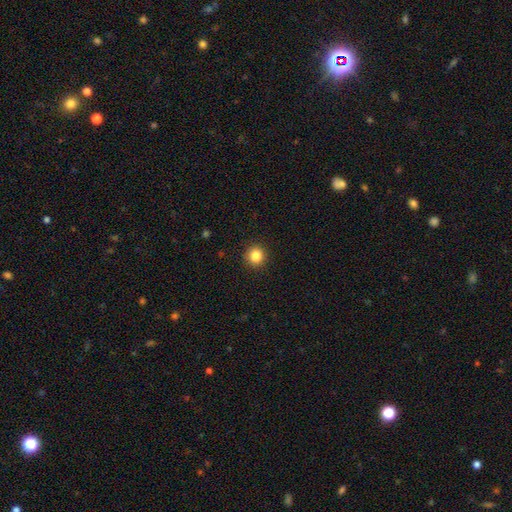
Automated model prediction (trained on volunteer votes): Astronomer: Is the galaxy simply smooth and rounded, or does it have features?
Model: smooth — 85%.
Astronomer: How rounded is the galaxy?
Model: round — 92%.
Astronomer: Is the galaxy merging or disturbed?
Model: none — 92%.